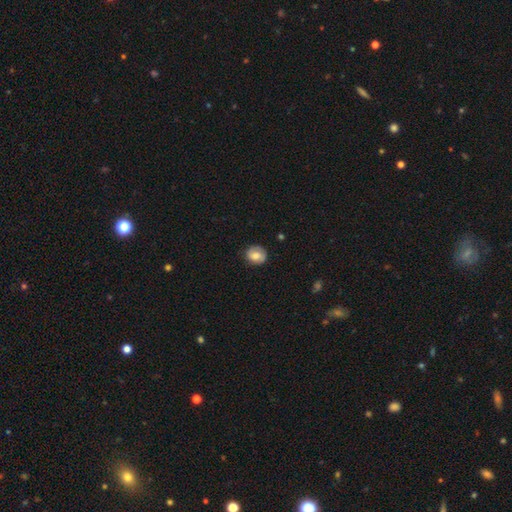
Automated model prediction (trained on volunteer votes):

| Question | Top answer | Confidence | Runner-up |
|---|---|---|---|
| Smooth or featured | smooth | 73% | featured or disk (19%) |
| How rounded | round | 71% | in between (28%) |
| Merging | none | 77% | minor disturbance (18%) |